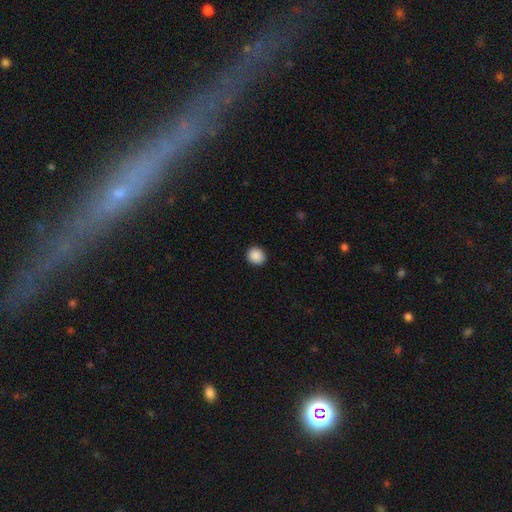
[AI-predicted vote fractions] A smooth galaxy with no disk features (90%) that is round (81%). Merging: none (91%).